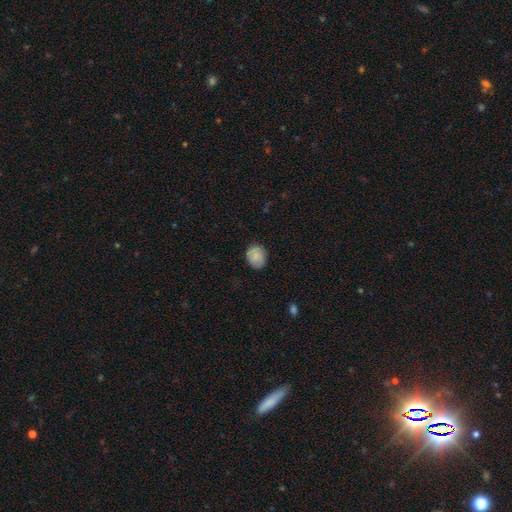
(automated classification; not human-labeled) A smooth galaxy with no disk features (82%) that is round (55%). Merging: none (84%).